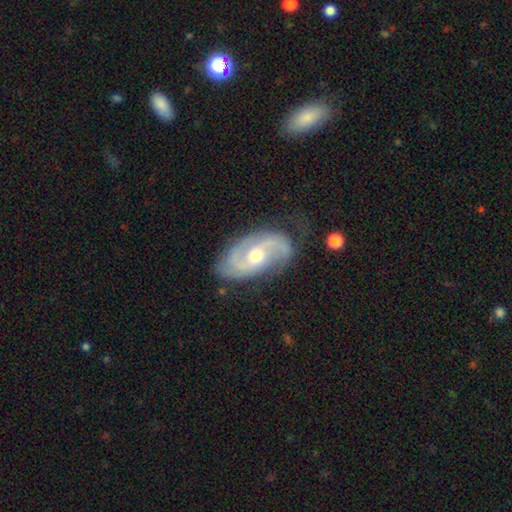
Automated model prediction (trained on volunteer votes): Smooth or featured?
  - featured or disk: 87% *
  - smooth: 8%
  - star or artifact: 5%
Edge-on disk?
  - no: 96% *
  - yes: 4%
Bar?
  - no: 53% *
  - weak: 37%
  - strong: 9%
Spiral arms?
  - yes: 96% *
  - no: 4%
Spiral winding?
  - medium: 47% *
  - tight: 37%
  - loose: 16%
Spiral arm count?
  - 2: 71% *
  - 3: 12%
  - can't tell: 10%
  - 1: 3%
  - 4: 2%
  - more than 4: 2%
Bulge size?
  - moderate: 71% *
  - small: 23%
  - large: 5%
  - none: 1%
  - dominant: 1%
Merging?
  - none: 71% *
  - minor disturbance: 21%
  - major disturbance: 7%
  - merger: 2%